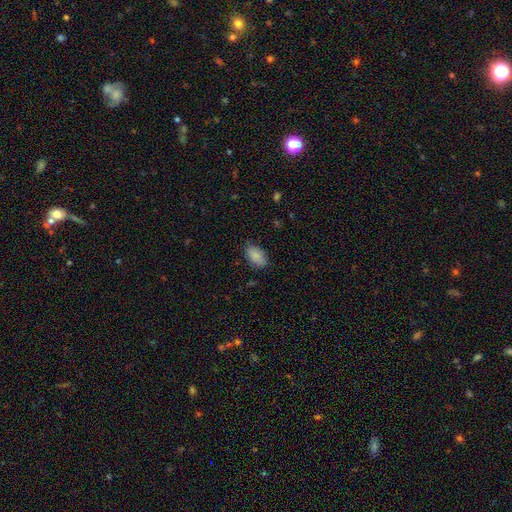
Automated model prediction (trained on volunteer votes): Smooth or featured? smooth (88%)
How rounded? in between (92%)
Merging? none (82%)